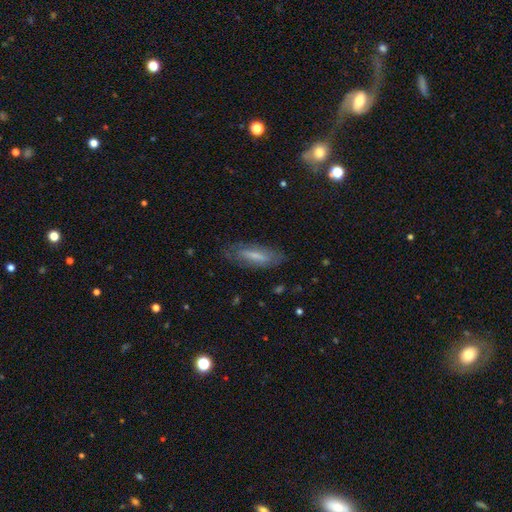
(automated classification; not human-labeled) This appears to be a smooth galaxy with no disk features (59%) that is cigar-shaped (54%). Merging: none (77%).